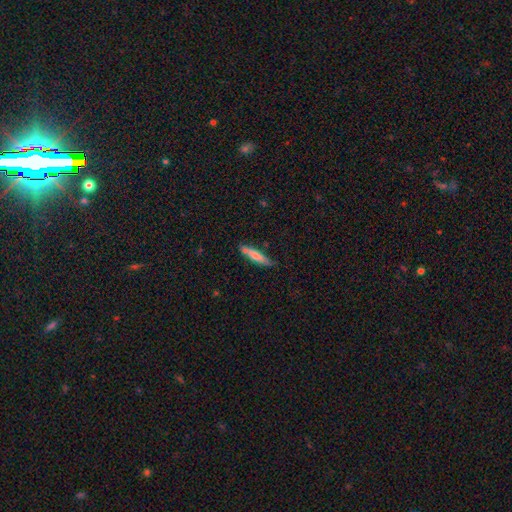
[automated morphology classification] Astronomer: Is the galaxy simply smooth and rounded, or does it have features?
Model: smooth — 66%.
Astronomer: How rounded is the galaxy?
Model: cigar-shaped — 87%.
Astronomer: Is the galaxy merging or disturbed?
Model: none — 71%.